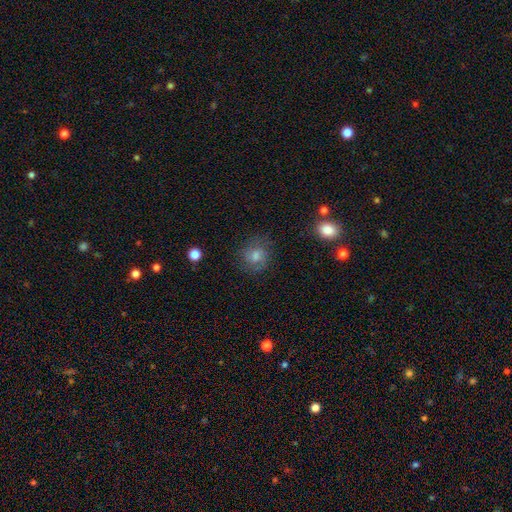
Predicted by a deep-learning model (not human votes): smooth_or_featured: smooth (p=0.45) [alt: featured or disk p=0.38]
merging: none (p=0.78) [alt: minor disturbance p=0.14]